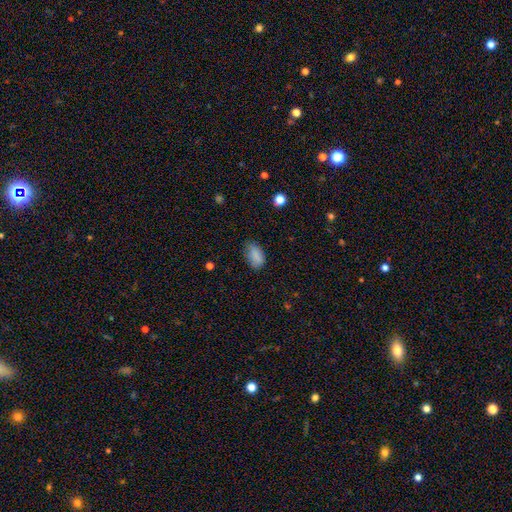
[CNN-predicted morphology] This appears to be a smooth galaxy with no disk features (86%) that is in between round and cigar-shaped (91%). Merging: none (67%).